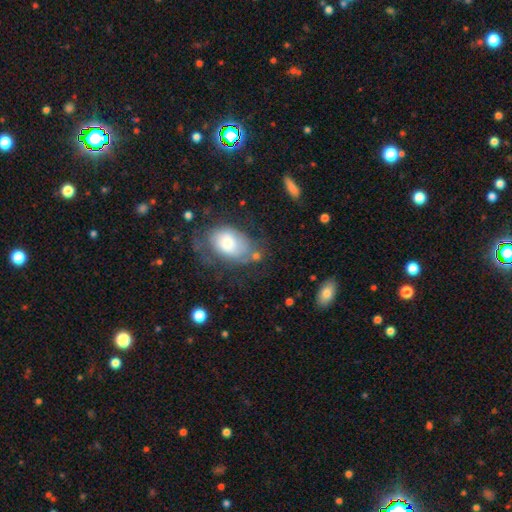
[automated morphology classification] This is marginally a featured or disk galaxy (44%). Merging: possibly none (53%).